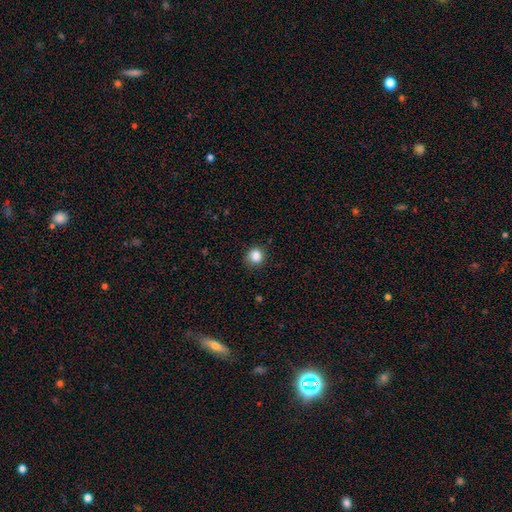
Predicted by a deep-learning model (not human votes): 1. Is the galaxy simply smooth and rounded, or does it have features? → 86% smooth, 10% star or artifact, 4% featured or disk.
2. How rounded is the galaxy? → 84% round, 15% in between, 1% cigar-shaped.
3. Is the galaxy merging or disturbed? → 84% none, 12% minor disturbance, 3% major disturbance, 1% merger.